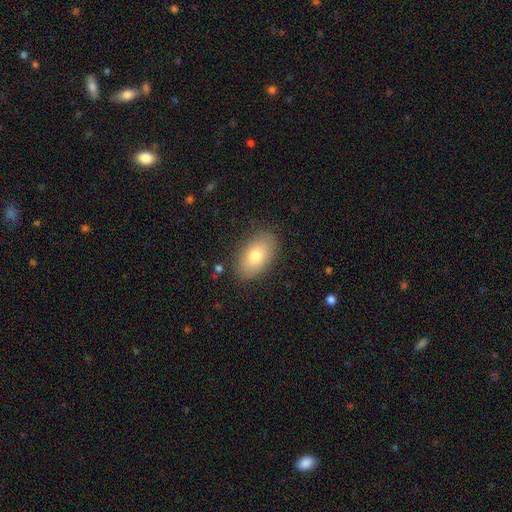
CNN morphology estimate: A smooth galaxy with no disk features (75%) that is in between round and cigar-shaped (91%). Merging: none (86%).